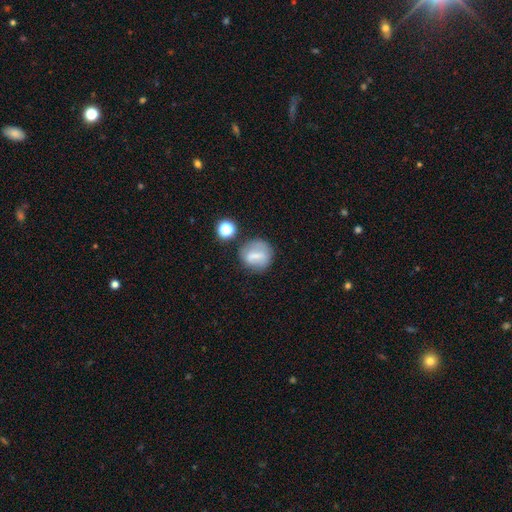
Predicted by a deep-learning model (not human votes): Smooth or featured: smooth — 60% (featured or disk — 29%)
How rounded: round — 77% (in between — 21%)
Merging: none — 63% (minor disturbance — 21%)